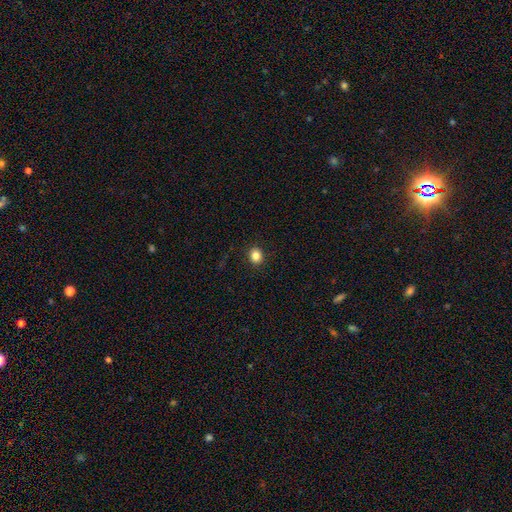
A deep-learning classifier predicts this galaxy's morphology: smooth 84%, star or artifact 11%, featured or disk 5%. Down the decision tree: how rounded — round (74%); merging — none (91%).